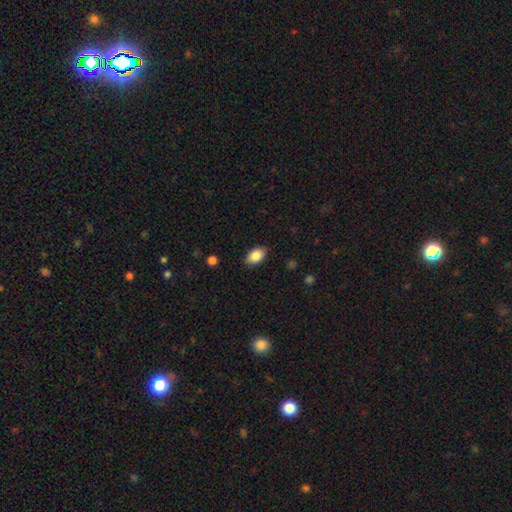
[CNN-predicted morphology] This is clearly a smooth galaxy (85%). How rounded: clearly in between (90%). Merging: clearly none (86%).